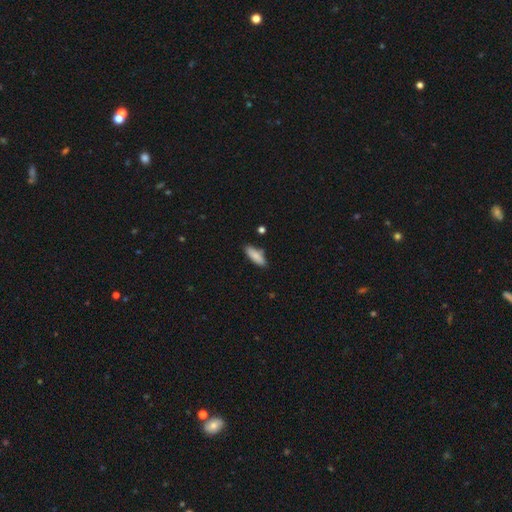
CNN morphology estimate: smooth-or-featured: smooth: 84% | featured or disk: 10% | star or artifact: 6%
  how-rounded: in between: 59% | cigar-shaped: 39% | round: 2%
  merging: none: 82% | minor disturbance: 13% | merger: 3% | major disturbance: 2%